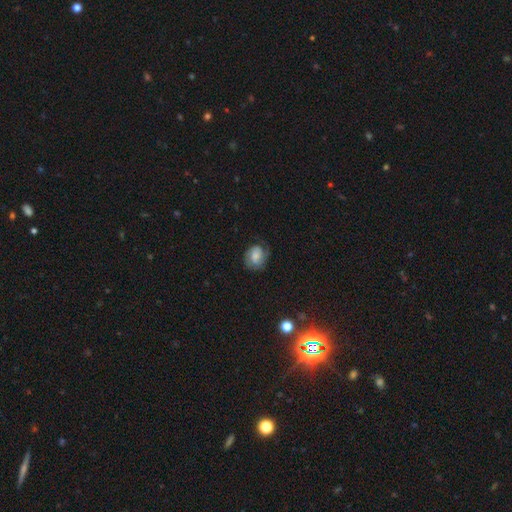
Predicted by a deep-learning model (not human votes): Smooth or featured?
  - featured or disk: 51% *
  - smooth: 40%
  - star or artifact: 9%
Edge-on disk?
  - no: 97% *
  - yes: 3%
Merging?
  - none: 62% *
  - minor disturbance: 24%
  - major disturbance: 13%
  - merger: 1%